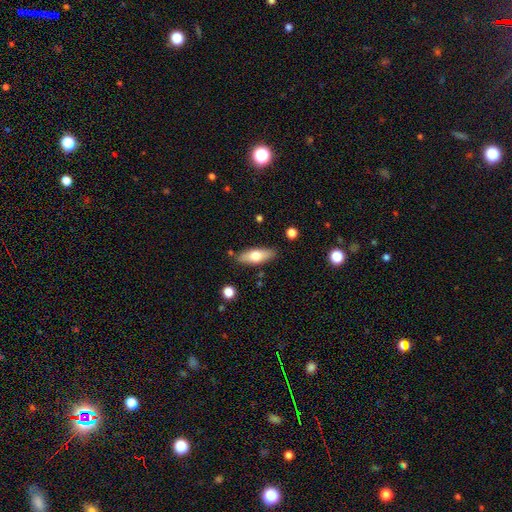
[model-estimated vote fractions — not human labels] This is likely a smooth galaxy (63%). How rounded: likely in between (65%). Merging: clearly none (84%).